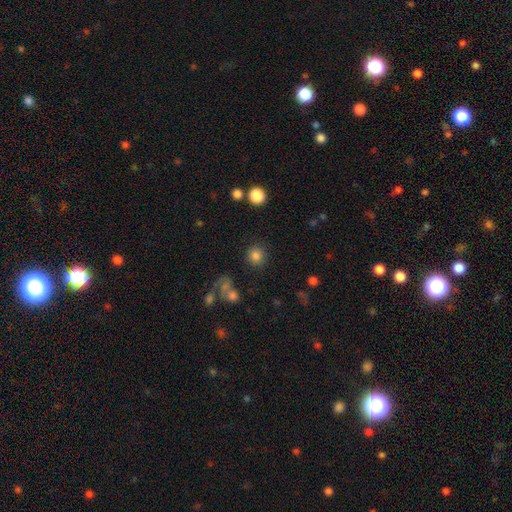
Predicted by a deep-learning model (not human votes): smooth-or-featured: smooth: 83% | star or artifact: 12% | featured or disk: 6%
  how-rounded: round: 90% | in between: 9% | cigar-shaped: 1%
  merging: none: 85% | minor disturbance: 7% | merger: 4% | major disturbance: 4%